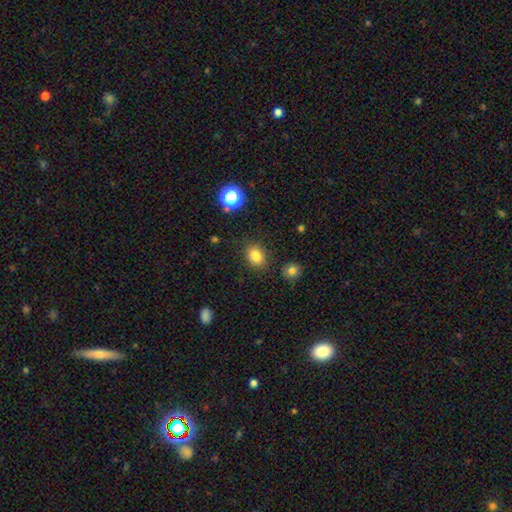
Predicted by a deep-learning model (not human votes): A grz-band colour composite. It shows a smooth galaxy with no disk features (81%) that is in between round and cigar-shaped (61%). Merging: none (81%).